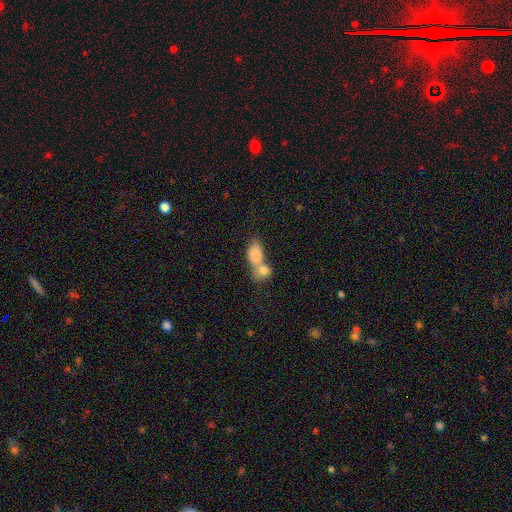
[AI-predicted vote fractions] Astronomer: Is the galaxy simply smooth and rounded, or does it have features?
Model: smooth — 82%.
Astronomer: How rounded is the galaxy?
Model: in between — 81%.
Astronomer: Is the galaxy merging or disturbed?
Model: merger — 69%.